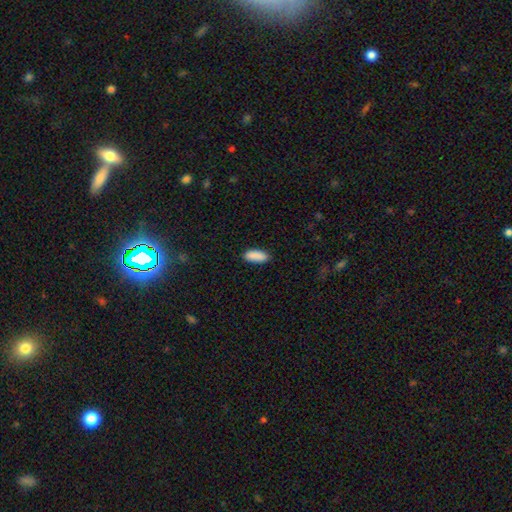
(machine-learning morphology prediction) smooth_or_featured: smooth (p=0.90) [alt: star or artifact p=0.07]
how_rounded: in between (p=0.76) [alt: cigar-shaped p=0.22]
merging: none (p=0.86) [alt: minor disturbance p=0.10]